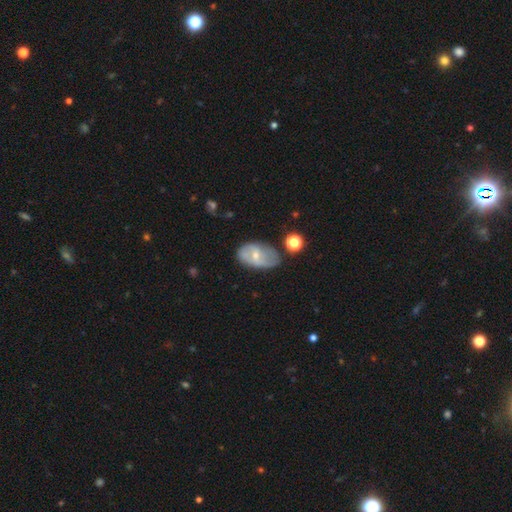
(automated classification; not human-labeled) Smooth or featured: featured or disk — 50% (smooth — 43%)
Merging: none — 51% (minor disturbance — 32%)